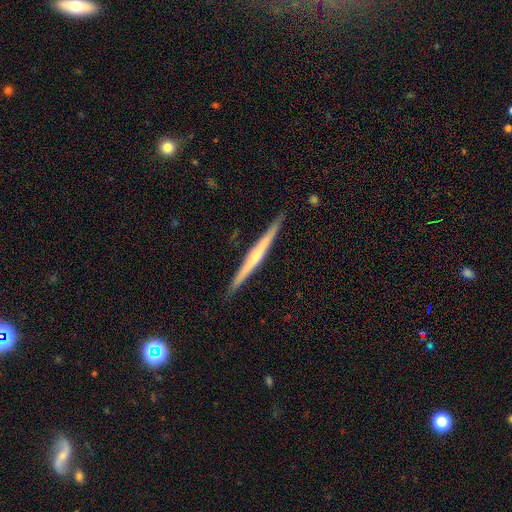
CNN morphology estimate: Q: Smooth or featured?
A: featured or disk (67%); runner-up: smooth (27%)
Q: Edge-on disk?
A: yes (98%); runner-up: no (2%)
Q: Edge-on bulge?
A: none (47%); runner-up: rounded (46%)
Q: Merging?
A: none (91%); runner-up: minor disturbance (7%)